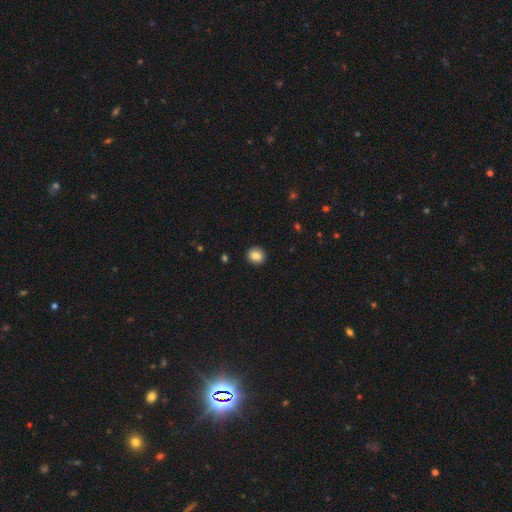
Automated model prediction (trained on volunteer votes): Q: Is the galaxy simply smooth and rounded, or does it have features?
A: smooth — 85%.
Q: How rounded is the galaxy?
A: round — 84%.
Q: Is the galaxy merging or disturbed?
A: none — 92%.